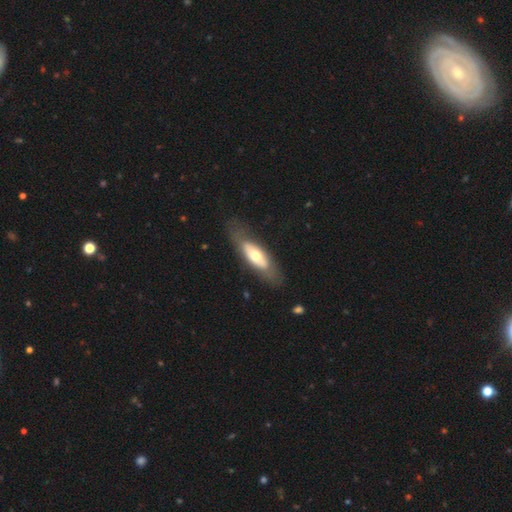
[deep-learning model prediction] smooth-or-featured: smooth: 48% | featured or disk: 46% | star or artifact: 5%
  merging: none: 72% | minor disturbance: 17% | major disturbance: 9% | merger: 2%